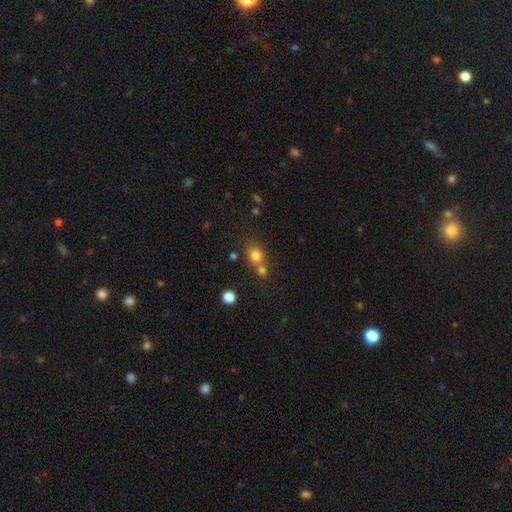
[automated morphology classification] type=smooth (77%); roundness=round (72%); merging=none (50%).